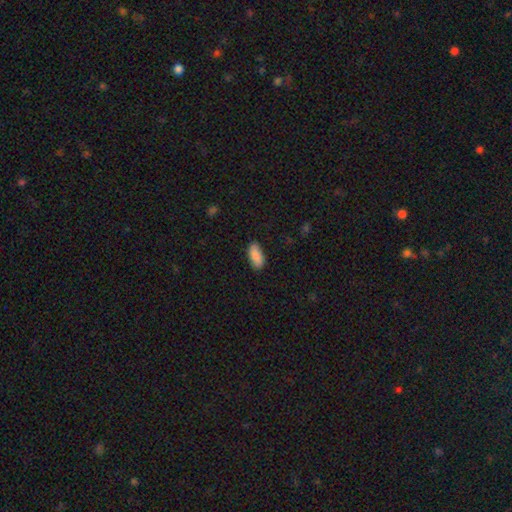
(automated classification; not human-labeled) A smooth galaxy with no disk features (90%) that is in between round and cigar-shaped (87%). Merging: none (84%).